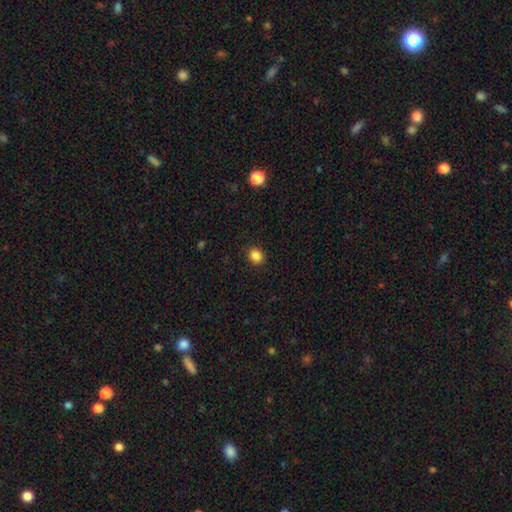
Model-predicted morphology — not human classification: Smooth or featured? Predicted: smooth (p=0.86). How rounded? Predicted: round (p=0.68). Merging? Predicted: none (p=0.91).